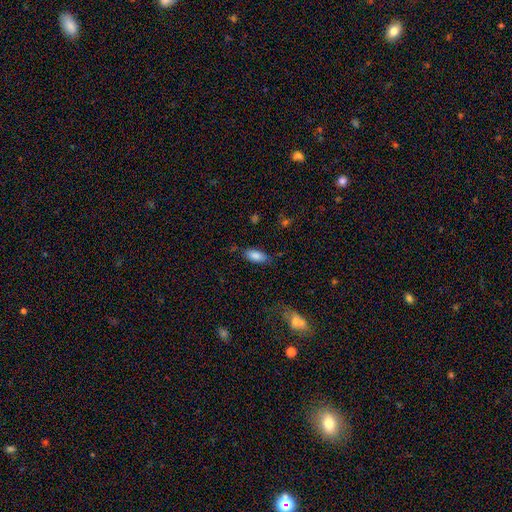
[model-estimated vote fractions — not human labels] Smooth or featured?
  - smooth: 84% *
  - featured or disk: 8%
  - star or artifact: 7%
How rounded?
  - in between: 88% *
  - cigar-shaped: 9%
  - round: 2%
Merging?
  - none: 75% *
  - minor disturbance: 18%
  - major disturbance: 5%
  - merger: 2%